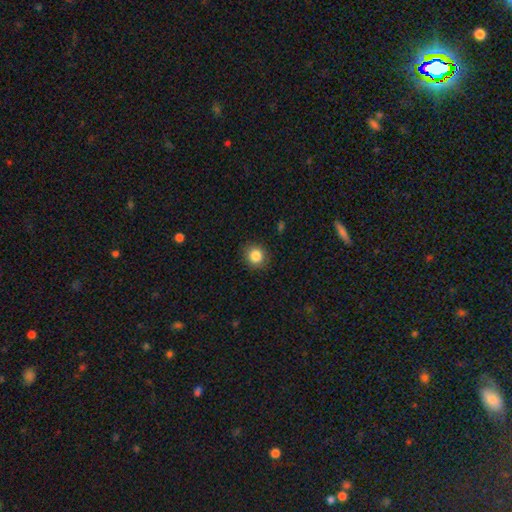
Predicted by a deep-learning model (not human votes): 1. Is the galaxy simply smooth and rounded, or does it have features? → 86% smooth, 10% star or artifact, 5% featured or disk.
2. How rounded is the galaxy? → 86% round, 13% in between, 1% cigar-shaped.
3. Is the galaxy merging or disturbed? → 89% none, 8% minor disturbance, 2% major disturbance, 1% merger.